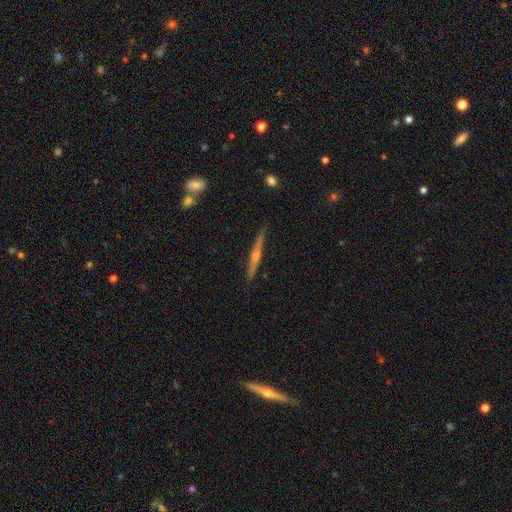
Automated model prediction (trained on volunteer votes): Smooth or featured? Predicted: featured or disk (p=0.73). Edge-on disk? Predicted: yes (p=0.98). Edge-on bulge? Predicted: rounded (p=0.79). Merging? Predicted: none (p=0.88).